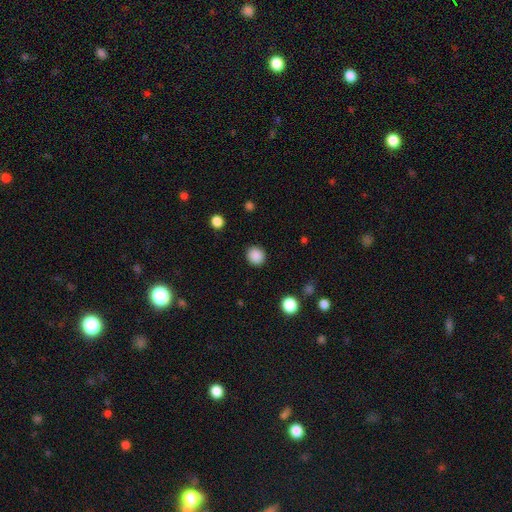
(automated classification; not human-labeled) Morphology: type=smooth (88%); roundness=round (89%); merging=none (90%).